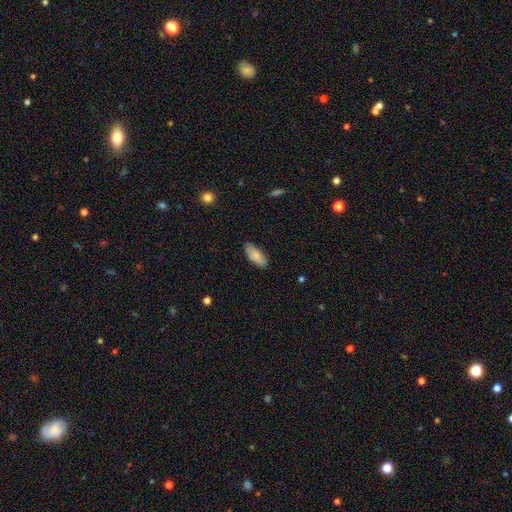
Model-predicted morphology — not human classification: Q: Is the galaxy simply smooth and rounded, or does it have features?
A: smooth — 84%.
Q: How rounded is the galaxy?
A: in between — 81%.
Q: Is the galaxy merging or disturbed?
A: none — 80%.